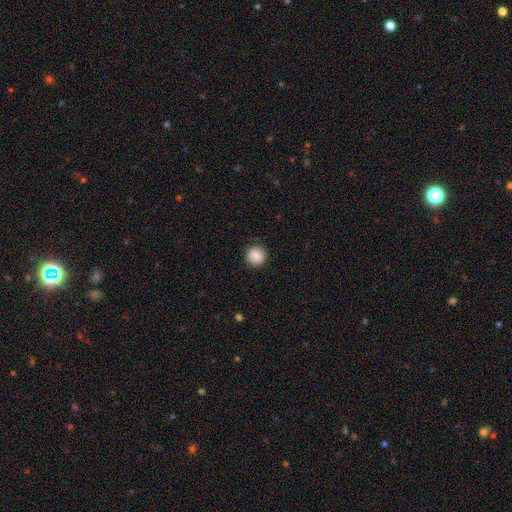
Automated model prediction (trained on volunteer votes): The model was most divided on "smooth or featured": smooth: 87%, star or artifact: 9%, featured or disk: 4%. More confident: how rounded — round (92%); merging — none (89%).